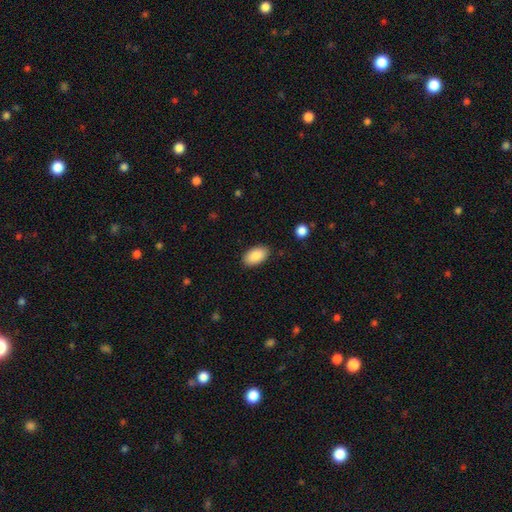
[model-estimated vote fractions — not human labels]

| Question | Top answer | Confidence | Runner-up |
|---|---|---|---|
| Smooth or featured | smooth | 89% | star or artifact (6%) |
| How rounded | in between | 95% | round (3%) |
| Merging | none | 87% | minor disturbance (9%) |